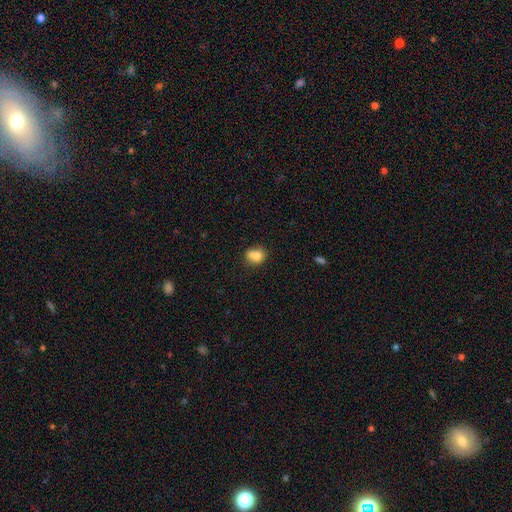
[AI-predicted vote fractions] Smooth or featured?
  - smooth: 75% *
  - featured or disk: 15%
  - star or artifact: 10%
How rounded?
  - round: 69% *
  - in between: 30%
  - cigar-shaped: 1%
Merging?
  - none: 42% *
  - merger: 40%
  - minor disturbance: 14%
  - major disturbance: 4%